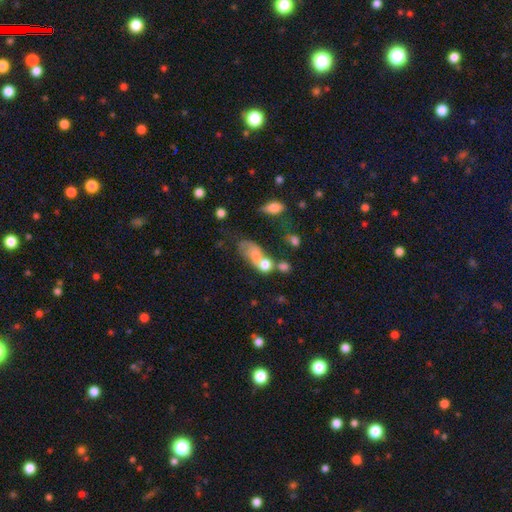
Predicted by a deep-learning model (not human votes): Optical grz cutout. It shows a smooth galaxy with no disk features (63%) that is in between round and cigar-shaped (71%). Merging: merger (40%).